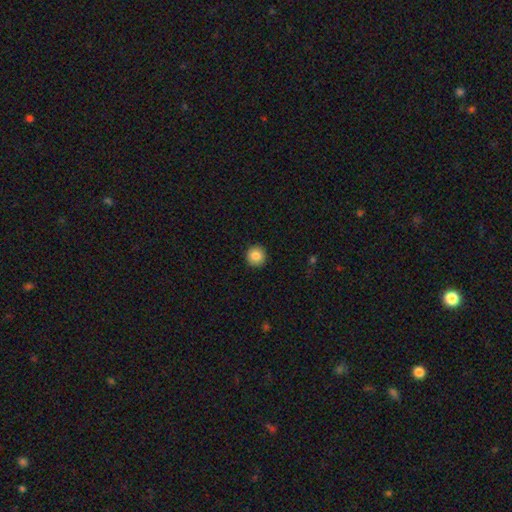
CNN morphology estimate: smooth_or_featured: smooth (p=0.84) [alt: star or artifact p=0.09]
how_rounded: round (p=0.96) [alt: in between p=0.03]
merging: none (p=0.93) [alt: minor disturbance p=0.05]